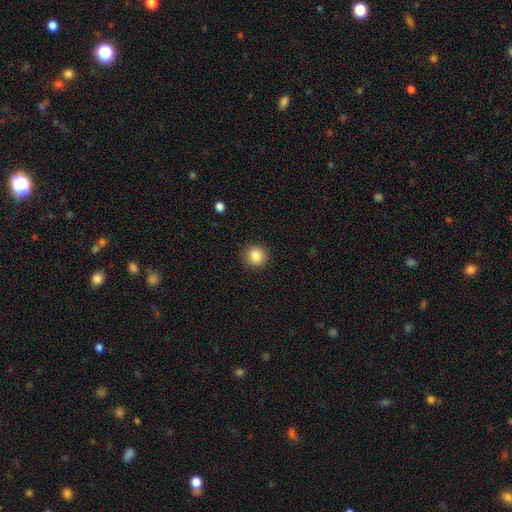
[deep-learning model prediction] Smooth or featured: smooth — 86% (star or artifact — 9%)
How rounded: round — 91% (in between — 8%)
Merging: none — 89% (minor disturbance — 8%)